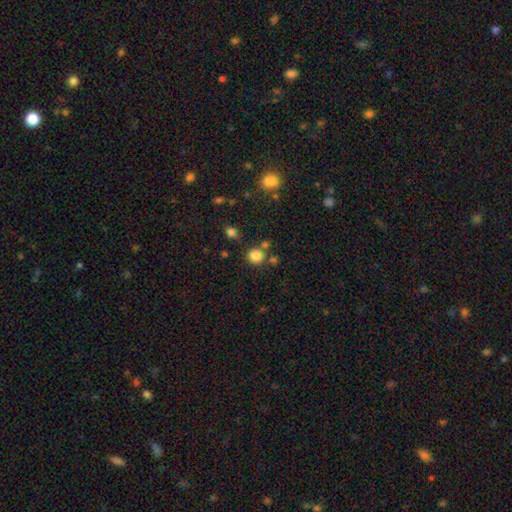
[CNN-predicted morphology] smooth_or_featured: smooth (p=0.83) [alt: star or artifact p=0.12]
how_rounded: round (p=0.87) [alt: in between p=0.12]
merging: none (p=0.76) [alt: merger p=0.11]